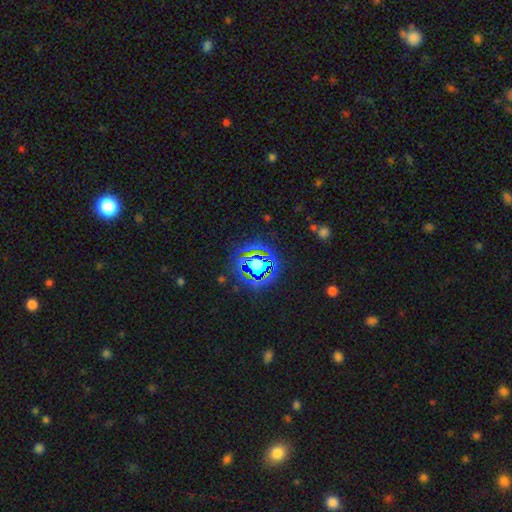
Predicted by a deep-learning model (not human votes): A star or artifact, not a galaxy (66%).